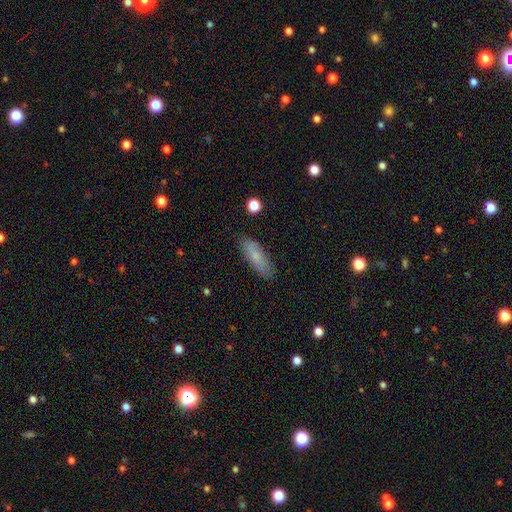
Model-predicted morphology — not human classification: Overall: smooth (73%). How rounded: in between (56%; cigar-shaped 42%). Merging: none (84%).